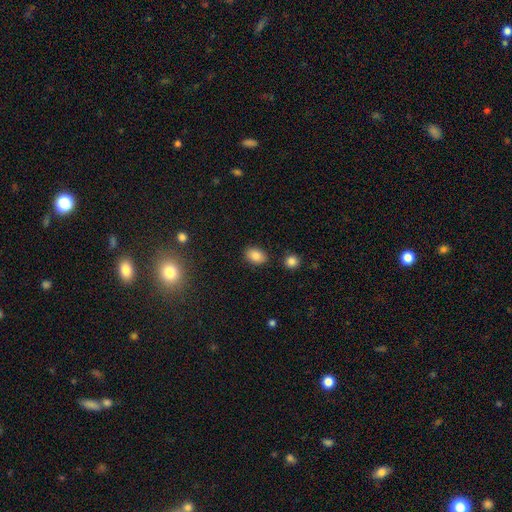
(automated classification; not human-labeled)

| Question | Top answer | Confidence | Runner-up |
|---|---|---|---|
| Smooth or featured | smooth | 84% | star or artifact (9%) |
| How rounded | in between | 80% | round (18%) |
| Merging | none | 85% | minor disturbance (10%) |